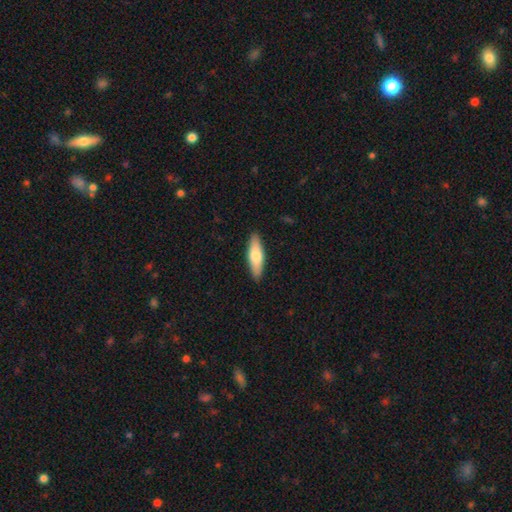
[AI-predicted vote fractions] Smooth or featured: smooth — 69% (featured or disk — 25%)
How rounded: cigar-shaped — 51% (in between — 47%)
Merging: none — 89% (minor disturbance — 8%)